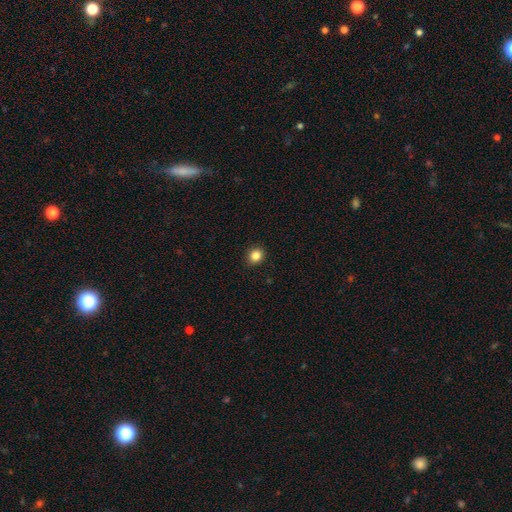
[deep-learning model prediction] smooth_or_featured: smooth (p=0.85) [alt: star or artifact p=0.11]
how_rounded: round (p=0.74) [alt: in between p=0.26]
merging: none (p=0.91) [alt: minor disturbance p=0.06]